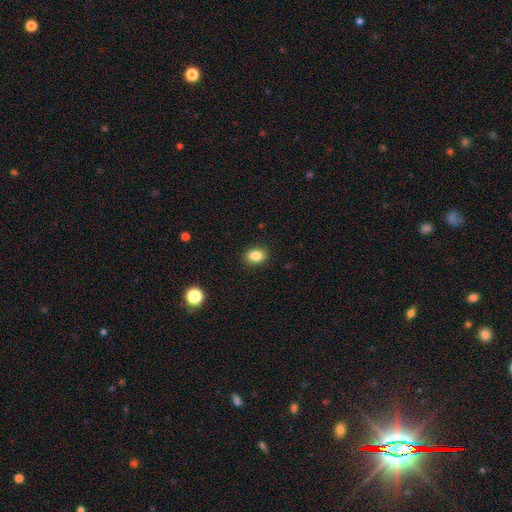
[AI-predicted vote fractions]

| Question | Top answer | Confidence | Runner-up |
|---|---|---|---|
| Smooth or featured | smooth | 85% | star or artifact (10%) |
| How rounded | in between | 64% | round (35%) |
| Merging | none | 89% | minor disturbance (8%) |